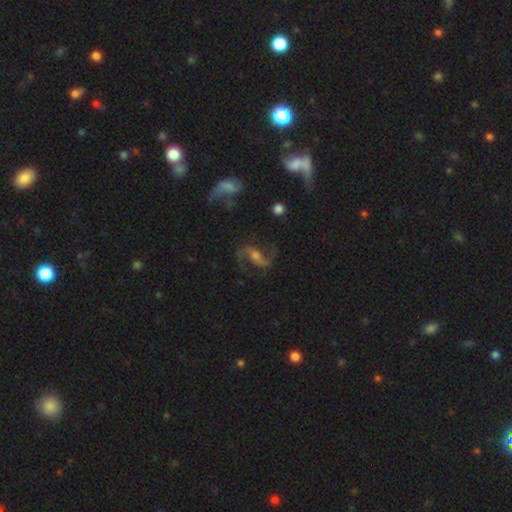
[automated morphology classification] Smooth or featured: featured or disk — 89% (star or artifact — 6%)
Edge-on disk: no — 97% (yes — 3%)
Bar: weak — 43% (no — 35%)
Spiral arms: yes — 97% (no — 3%)
Spiral winding: loose — 61% (medium — 33%)
Spiral arm count: 2 — 94% (1 — 2%)
Bulge size: moderate — 53% (small — 32%)
Merging: none — 77% (minor disturbance — 13%)